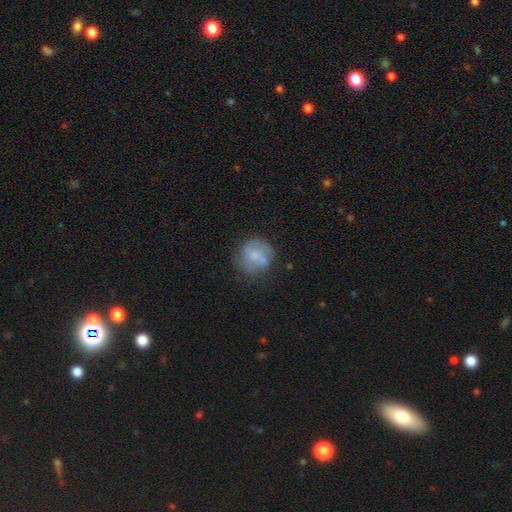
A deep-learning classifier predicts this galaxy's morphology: Overall: smooth (56%; featured or disk 36%). How rounded: round (83%). Merging: none (58%; minor disturbance 23%).